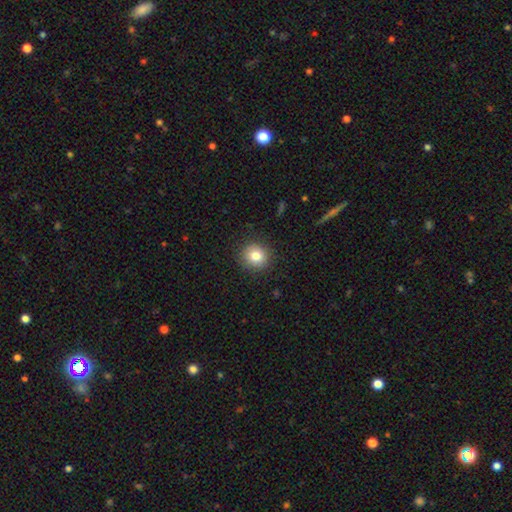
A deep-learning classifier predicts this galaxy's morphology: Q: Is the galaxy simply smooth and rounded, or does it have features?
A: smooth — 81%.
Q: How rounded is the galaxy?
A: round — 90%.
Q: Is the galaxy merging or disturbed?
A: none — 89%.